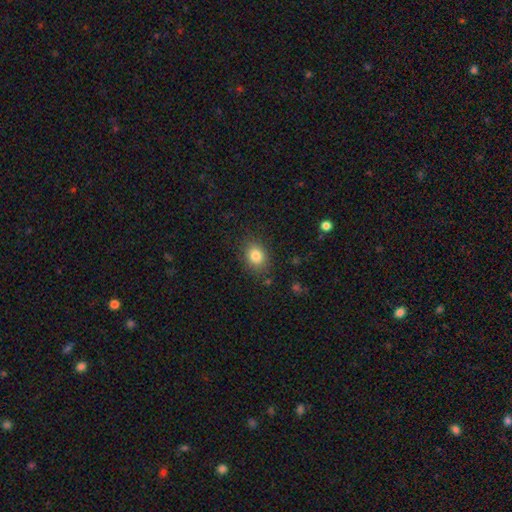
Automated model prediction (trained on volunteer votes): Smooth or featured?
  - smooth: 83% *
  - star or artifact: 10%
  - featured or disk: 7%
How rounded?
  - in between: 53% *
  - round: 46%
  - cigar-shaped: 1%
Merging?
  - none: 84% *
  - minor disturbance: 11%
  - major disturbance: 3%
  - merger: 2%